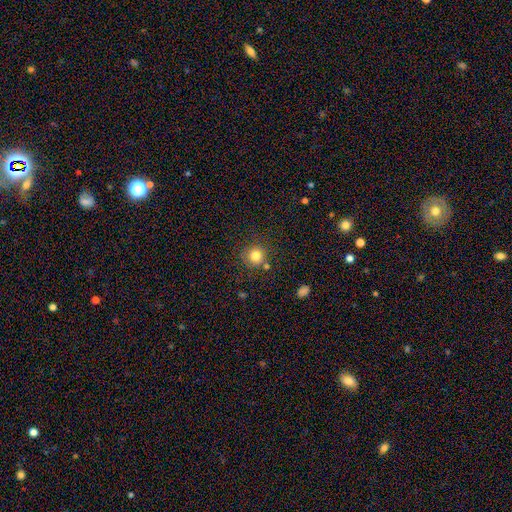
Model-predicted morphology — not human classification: type=smooth (81%); roundness=round (92%); merging=none (77%).